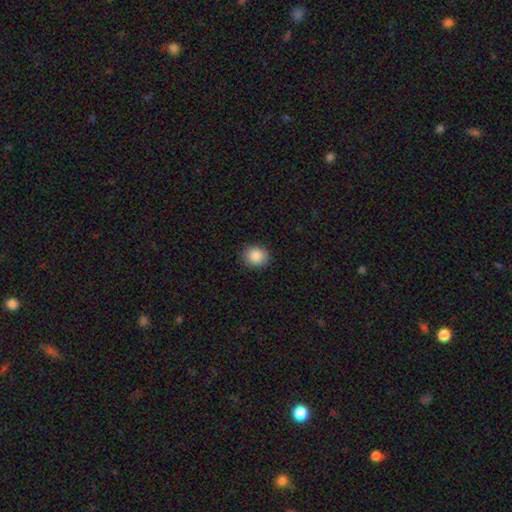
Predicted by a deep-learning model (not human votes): This appears to be a smooth galaxy with no disk features (88%) that is round (70%). Merging: none (90%).